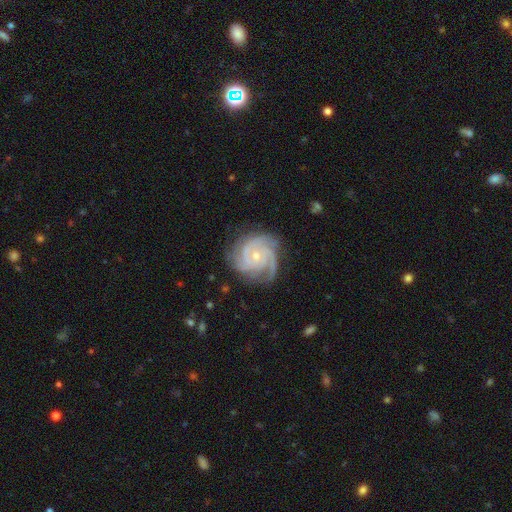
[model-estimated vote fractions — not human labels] The model was most divided on "spiral arm count": 3: 55%, 4: 18%, 2: 10%, can't tell: 8%, more than 4: 5%, 1: 5%. More confident: spiral arms — yes (98%); edge-on disk — no (98%); smooth or featured — featured or disk (91%); merging — none (75%); bar — no (74%); bulge size — small (70%); spiral winding — tight (69%).